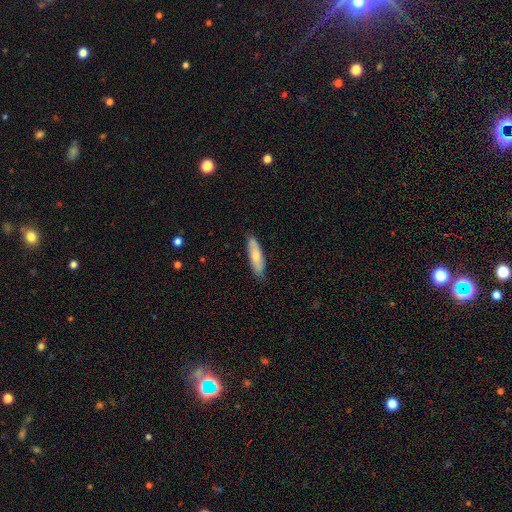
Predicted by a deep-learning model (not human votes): A smooth galaxy with no disk features (71%) that is cigar-shaped (62%). Merging: none (84%).